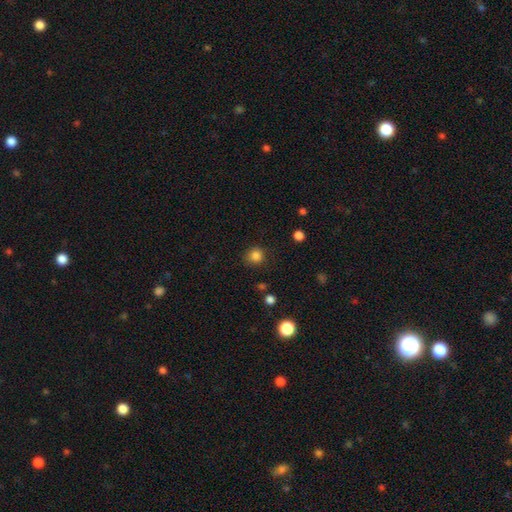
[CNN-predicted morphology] This is clearly a smooth galaxy (84%). How rounded: clearly round (90%). Merging: clearly none (84%).